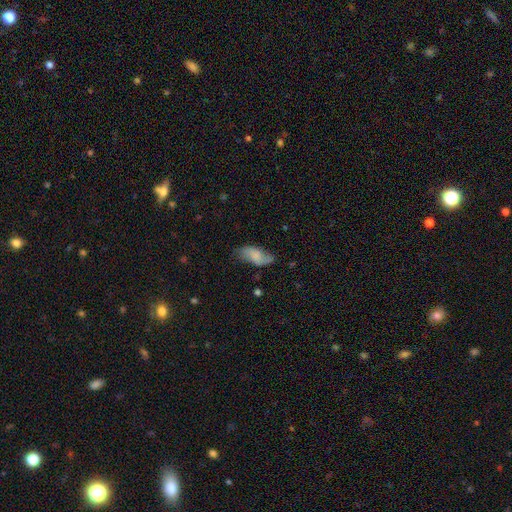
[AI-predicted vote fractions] A smooth galaxy with no disk features (62%) that is in between round and cigar-shaped (88%).

Vote fractions:
- Smooth or featured? smooth: 62% / featured or disk: 31% / star or artifact: 7%
- How rounded? in between: 88% / cigar-shaped: 9% / round: 3%
- Merging? none: 63% / minor disturbance: 27% / major disturbance: 8% / merger: 2%